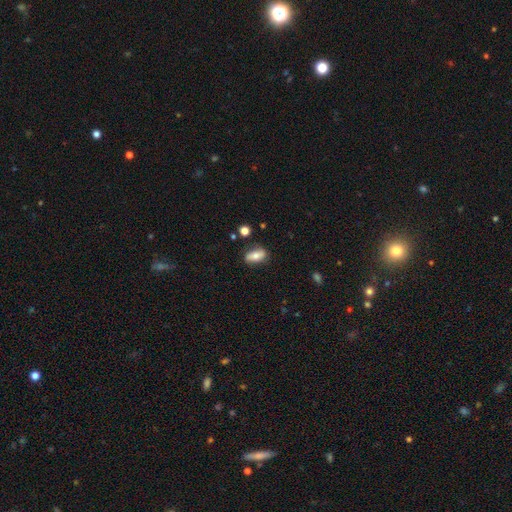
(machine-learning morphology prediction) smooth_or_featured: smooth (p=0.64) [alt: featured or disk p=0.28]
how_rounded: in between (p=0.82) [alt: cigar-shaped p=0.11]
merging: none (p=0.78) [alt: minor disturbance p=0.16]